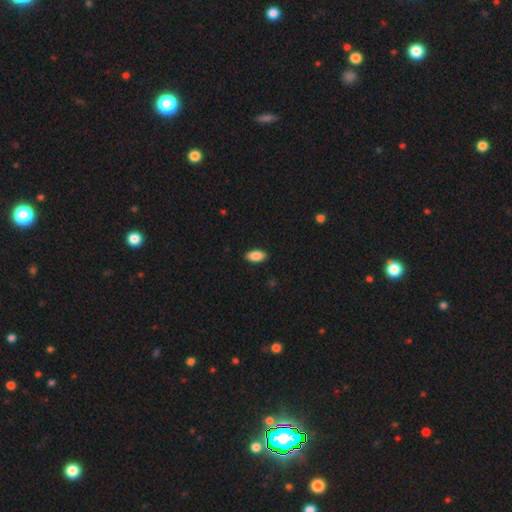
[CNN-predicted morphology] Smooth or featured?
  - smooth: 87% *
  - star or artifact: 7%
  - featured or disk: 6%
How rounded?
  - in between: 92% *
  - cigar-shaped: 5%
  - round: 3%
Merging?
  - none: 88% *
  - minor disturbance: 9%
  - major disturbance: 2%
  - merger: 1%